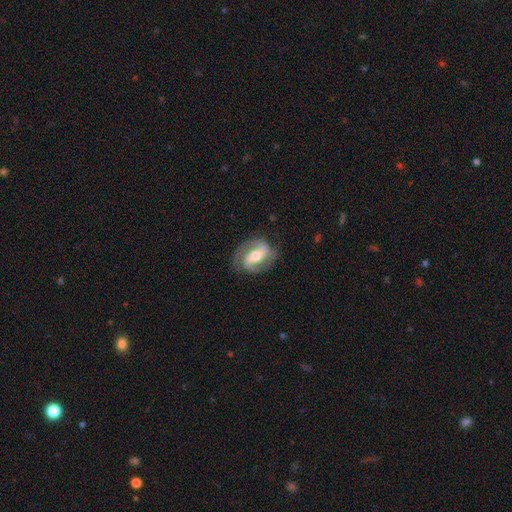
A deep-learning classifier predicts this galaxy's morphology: Smooth or featured: featured or disk — 86% (smooth — 9%)
Edge-on disk: no — 97% (yes — 3%)
Bar: strong — 43% (weak — 36%)
Spiral arms: yes — 96% (no — 4%)
Spiral winding: medium — 52% (tight — 27%)
Spiral arm count: 2 — 90% (can't tell — 3%)
Bulge size: moderate — 67% (small — 23%)
Merging: none — 80% (minor disturbance — 13%)